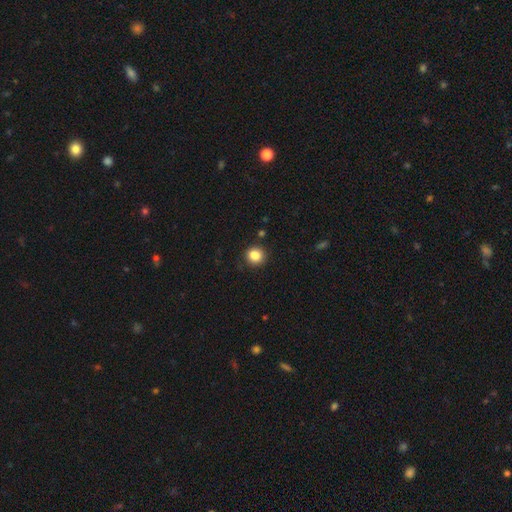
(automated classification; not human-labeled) Overall: smooth (85%). How rounded: round (83%). Merging: none (87%).